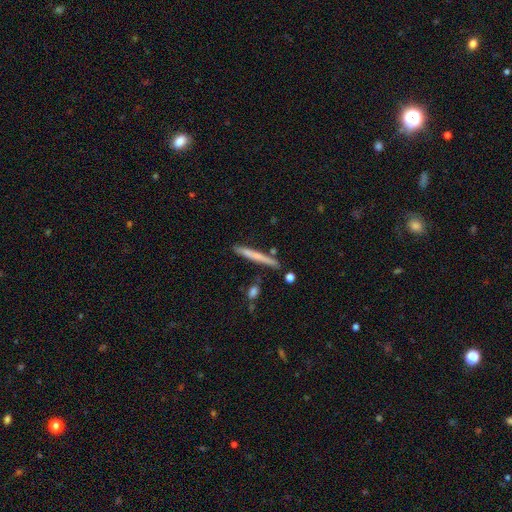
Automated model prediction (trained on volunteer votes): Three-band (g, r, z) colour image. It shows a smooth galaxy with no disk features (58%) that is cigar-shaped (96%). Merging: none (82%).